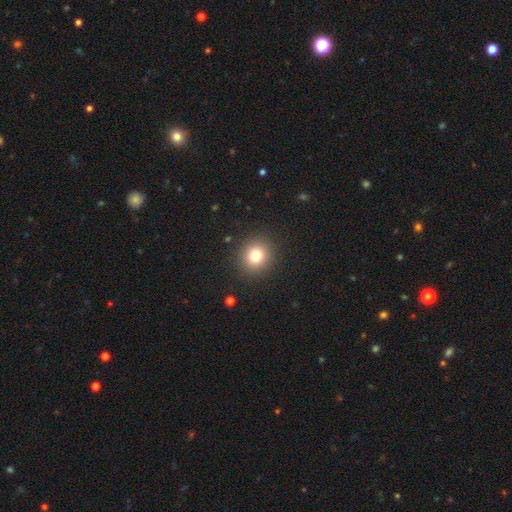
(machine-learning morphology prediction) Smooth or featured: smooth — 79% (star or artifact — 13%)
How rounded: round — 86% (in between — 13%)
Merging: none — 90% (minor disturbance — 6%)